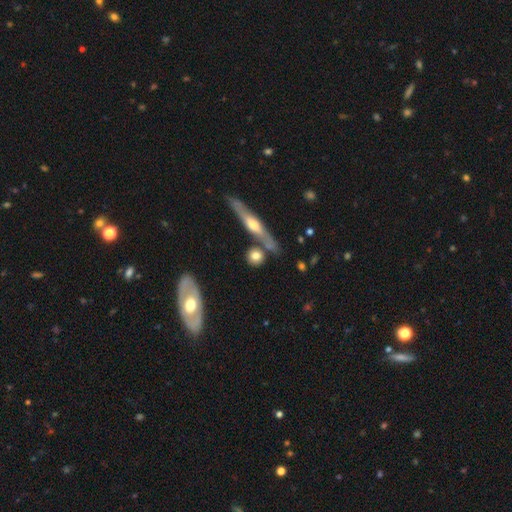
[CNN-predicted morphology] Q: Smooth or featured?
A: smooth (70%); runner-up: featured or disk (23%)
Q: How rounded?
A: round (72%); runner-up: in between (19%)
Q: Merging?
A: none (69%); runner-up: merger (16%)